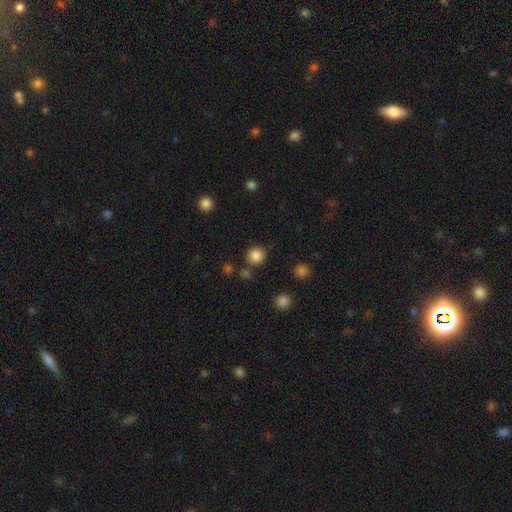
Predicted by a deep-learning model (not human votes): Q: Smooth or featured?
A: smooth (84%); runner-up: star or artifact (12%)
Q: How rounded?
A: round (92%); runner-up: in between (8%)
Q: Merging?
A: none (82%); runner-up: minor disturbance (9%)